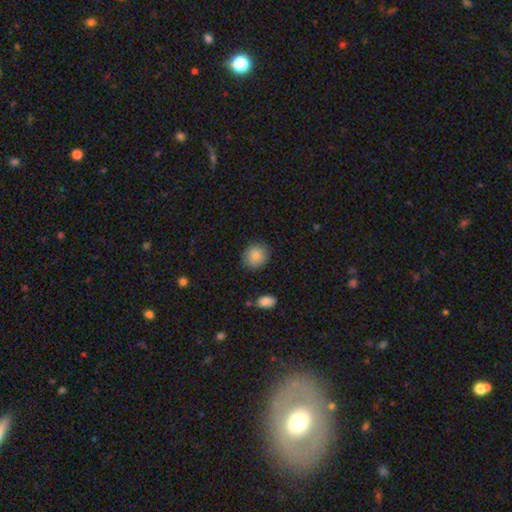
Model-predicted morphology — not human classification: type=smooth (87%); roundness=round (76%); merging=none (85%).